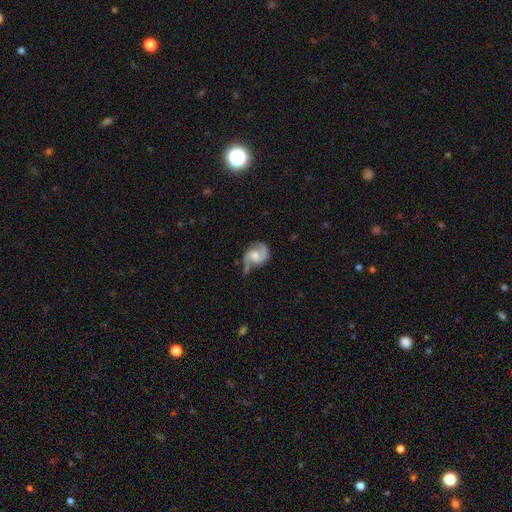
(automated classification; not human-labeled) smooth_or_featured: featured or disk (p=0.83) [alt: smooth p=0.11]
disk_edge_on: no (p=0.98) [alt: yes p=0.02]
bar: no (p=0.46) [alt: weak p=0.45]
has_spiral_arms: yes (p=0.96) [alt: no p=0.04]
spiral_winding: medium (p=0.52) [alt: loose p=0.29]
spiral_arm_count: 2 (p=0.89) [alt: 1 p=0.04]
bulge_size: moderate (p=0.44) [alt: small p=0.20]
merging: none (p=0.57) [alt: minor disturbance p=0.26]